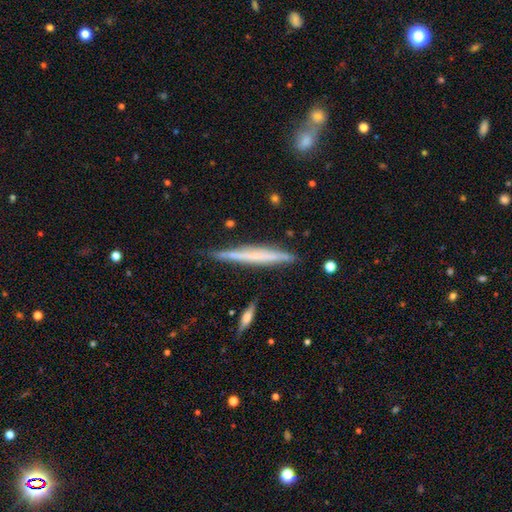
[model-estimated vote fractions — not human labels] featured or disk 52%, smooth 42%, star or artifact 7%. Down the decision tree: edge-on disk — yes (97%); merging — none (86%).